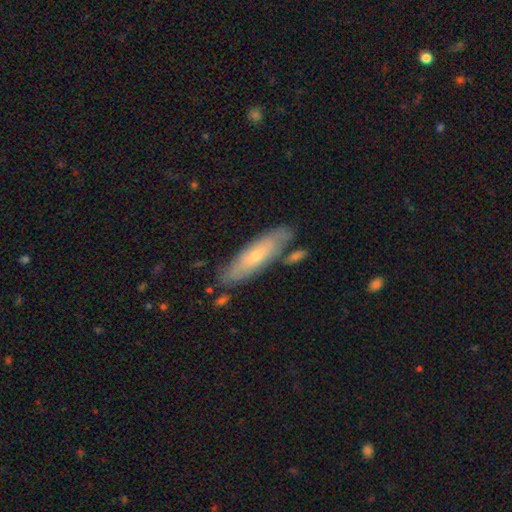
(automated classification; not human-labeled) smooth-or-featured: smooth: 54% | featured or disk: 40% | star or artifact: 6%
  how-rounded: cigar-shaped: 57% | in between: 41% | round: 2%
  merging: none: 73% | minor disturbance: 17% | merger: 7% | major disturbance: 4%